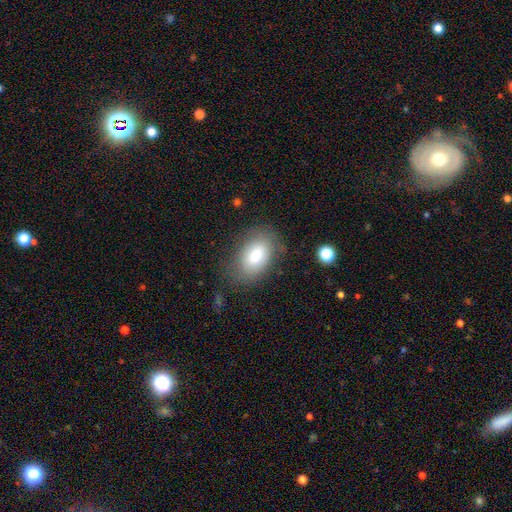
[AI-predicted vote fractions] Q: Smooth or featured?
A: smooth (77%); runner-up: featured or disk (15%)
Q: How rounded?
A: in between (89%); runner-up: round (9%)
Q: Merging?
A: none (72%); runner-up: minor disturbance (18%)